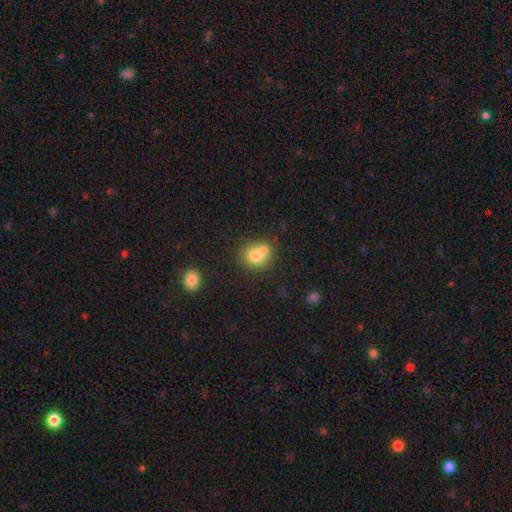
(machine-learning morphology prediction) type=smooth (73%); roundness=round (78%); merging=merger (51%).